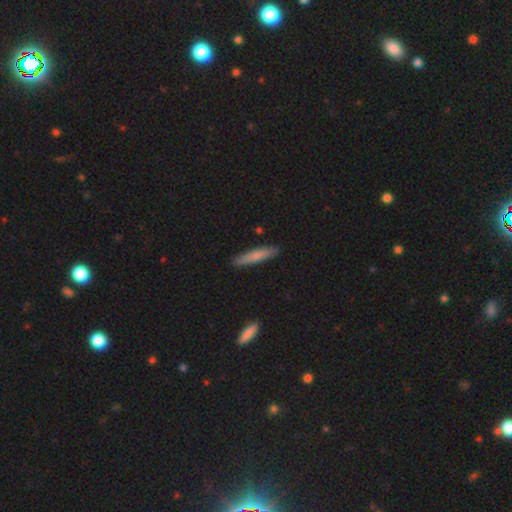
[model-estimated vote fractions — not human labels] A smooth galaxy with no disk features (75%) that is cigar-shaped (89%). Merging: none (89%).